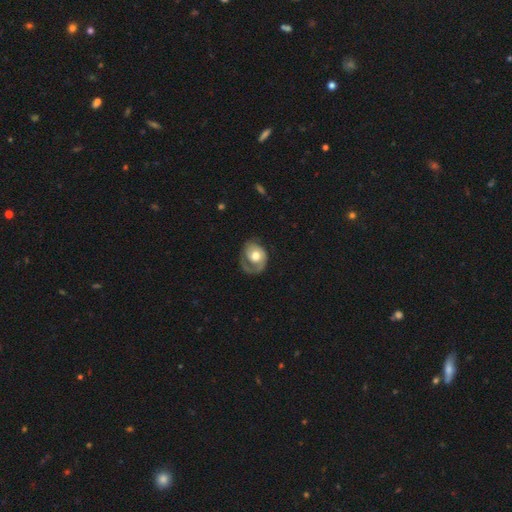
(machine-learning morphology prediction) smooth_or_featured: featured or disk (p=0.63) [alt: smooth p=0.31]
disk_edge_on: no (p=0.97) [alt: yes p=0.03]
bar: no (p=0.80) [alt: weak p=0.16]
has_spiral_arms: yes (p=0.78) [alt: no p=0.22]
bulge_size: moderate (p=0.63) [alt: large p=0.26]
merging: none (p=0.48) [alt: minor disturbance p=0.25]